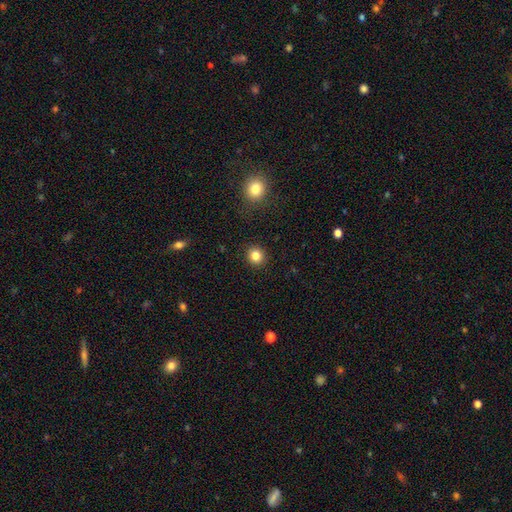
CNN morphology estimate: smooth_or_featured: smooth (p=0.83) [alt: star or artifact p=0.12]
how_rounded: round (p=0.87) [alt: in between p=0.12]
merging: none (p=0.91) [alt: minor disturbance p=0.05]